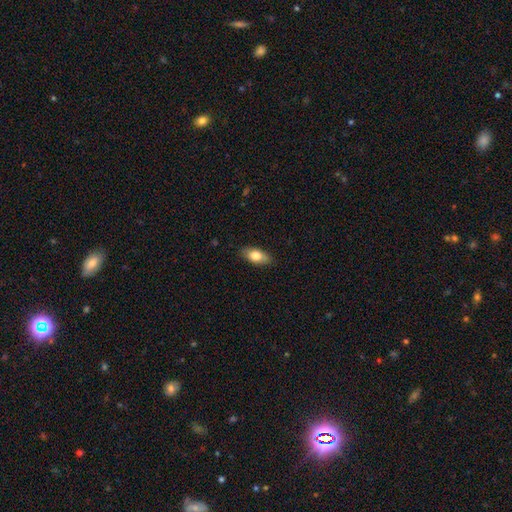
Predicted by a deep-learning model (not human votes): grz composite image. It shows a smooth galaxy with no disk features (76%) that is in between round and cigar-shaped (87%). Merging: none (87%).